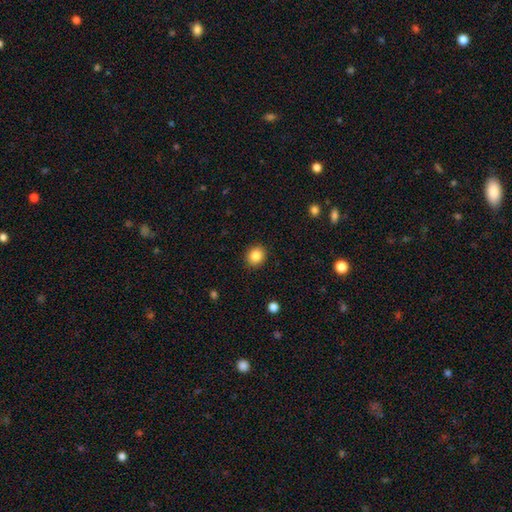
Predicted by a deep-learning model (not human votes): smooth-or-featured: smooth: 86% | star or artifact: 10% | featured or disk: 5%
  how-rounded: round: 76% | in between: 23% | cigar-shaped: 1%
  merging: none: 90% | minor disturbance: 7% | major disturbance: 2% | merger: 1%